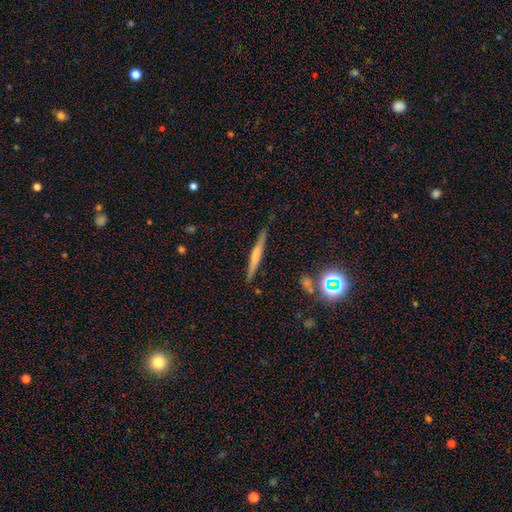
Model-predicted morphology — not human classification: smooth-or-featured: featured or disk: 48% | smooth: 44% | star or artifact: 8%
  merging: none: 85% | minor disturbance: 11% | major disturbance: 2% | merger: 2%